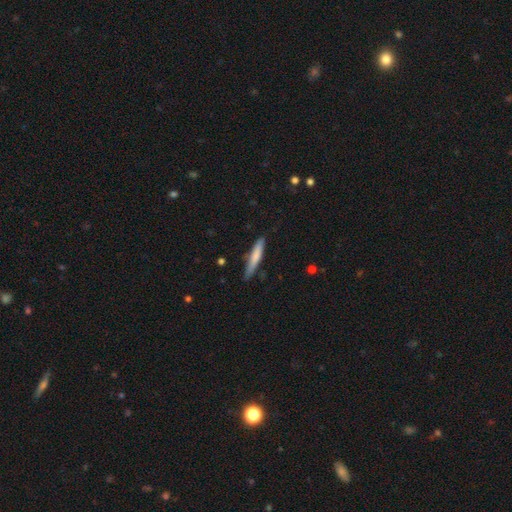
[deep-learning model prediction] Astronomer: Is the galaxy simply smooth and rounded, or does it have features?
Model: smooth — 72%.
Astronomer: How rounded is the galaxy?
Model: cigar-shaped — 92%.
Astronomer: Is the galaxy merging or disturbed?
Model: none — 75%.